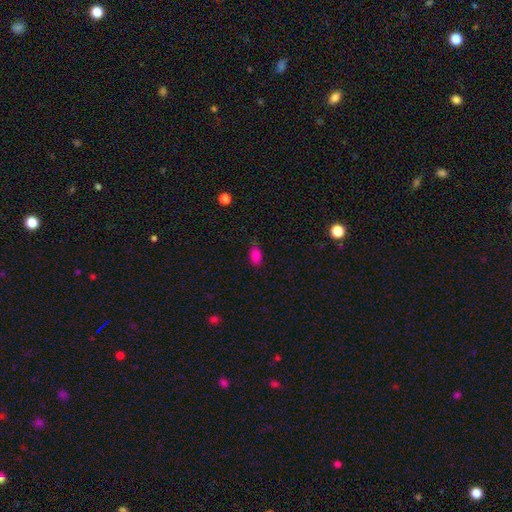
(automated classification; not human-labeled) Q: Smooth or featured?
A: smooth (83%); runner-up: star or artifact (12%)
Q: How rounded?
A: in between (87%); runner-up: round (10%)
Q: Merging?
A: none (69%); runner-up: minor disturbance (25%)